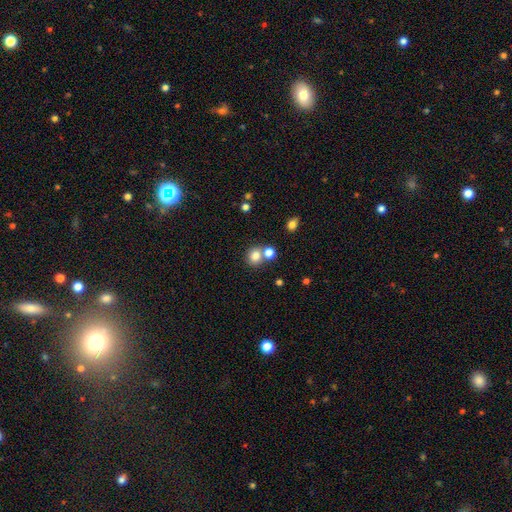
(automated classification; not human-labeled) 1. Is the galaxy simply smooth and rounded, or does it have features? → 79% smooth, 13% star or artifact, 8% featured or disk.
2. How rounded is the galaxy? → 85% round, 14% in between, 1% cigar-shaped.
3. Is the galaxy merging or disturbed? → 59% none, 31% merger, 8% minor disturbance, 3% major disturbance.